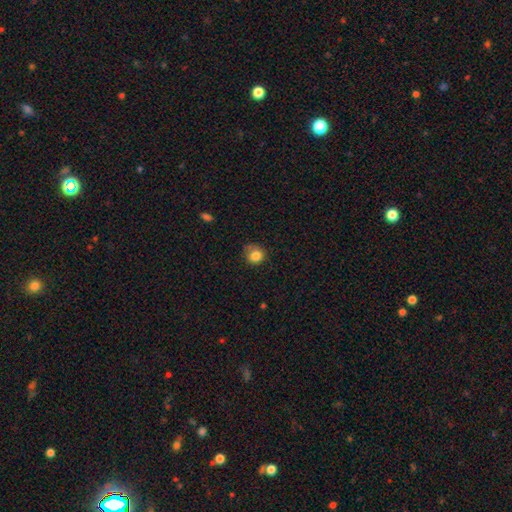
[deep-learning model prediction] Smooth or featured? Predicted: smooth (p=0.83). How rounded? Predicted: round (p=0.84). Merging? Predicted: none (p=0.62).